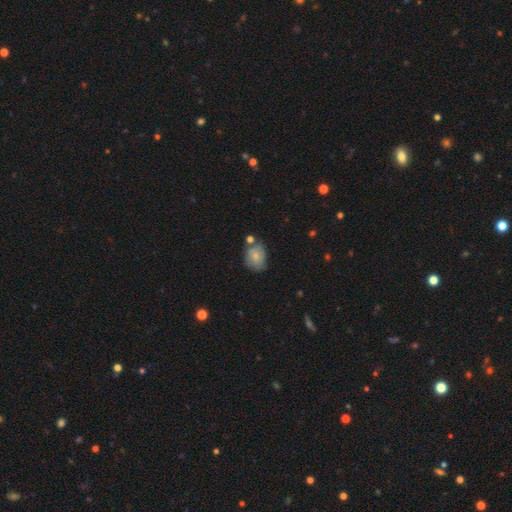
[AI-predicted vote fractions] smooth_or_featured: smooth (p=0.76) [alt: featured or disk p=0.16]
how_rounded: in between (p=0.60) [alt: round p=0.39]
merging: none (p=0.57) [alt: minor disturbance p=0.24]